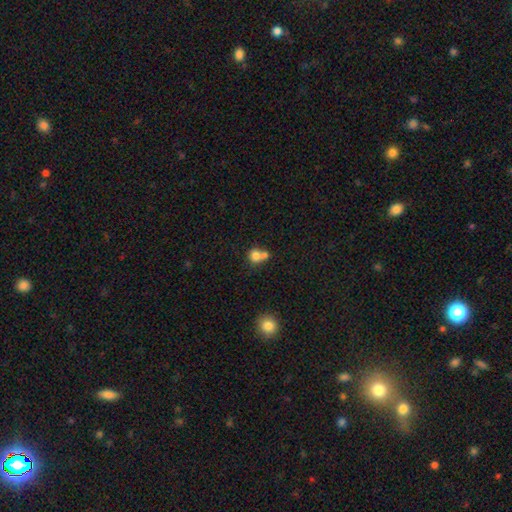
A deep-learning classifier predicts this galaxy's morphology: Q: Smooth or featured?
A: smooth (76%); runner-up: featured or disk (13%)
Q: How rounded?
A: round (79%); runner-up: in between (20%)
Q: Merging?
A: merger (59%); runner-up: none (32%)